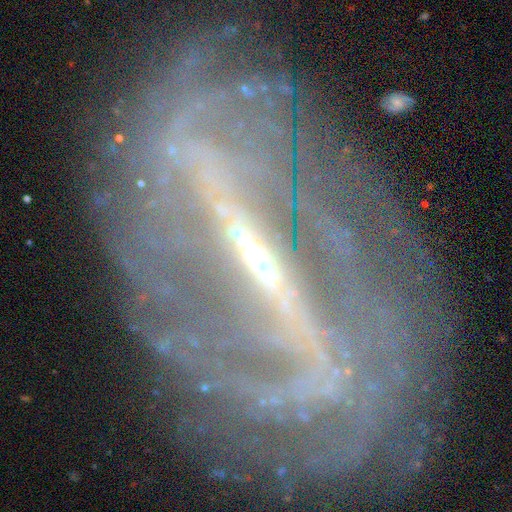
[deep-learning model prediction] Smooth or featured: featured or disk — 86% (star or artifact — 8%)
Edge-on disk: no — 89% (yes — 11%)
Bar: strong — 73% (weak — 18%)
Spiral arms: yes — 85% (no — 15%)
Spiral winding: tight — 43% (medium — 34%)
Spiral arm count: 2 — 41% (can't tell — 27%)
Bulge size: small — 63% (moderate — 21%)
Merging: none — 64% (minor disturbance — 19%)